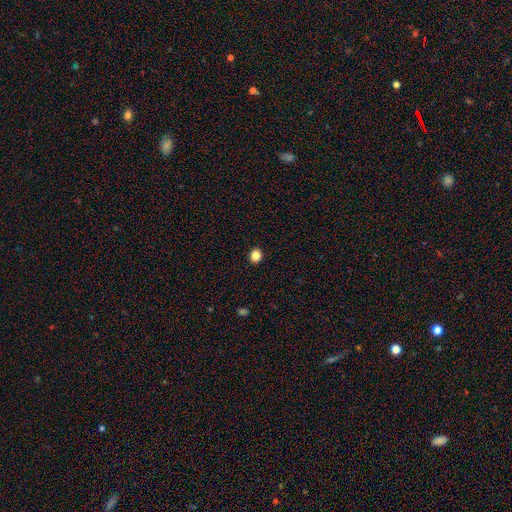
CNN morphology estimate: A smooth galaxy with no disk features (84%) that is round (73%).

Vote fractions:
- Smooth or featured? smooth: 84% / star or artifact: 11% / featured or disk: 4%
- How rounded? round: 73% / in between: 26% / cigar-shaped: 1%
- Merging? none: 92% / minor disturbance: 5% / major disturbance: 2% / merger: 1%